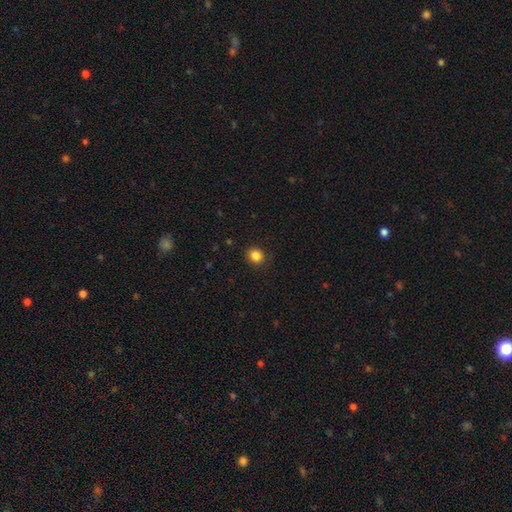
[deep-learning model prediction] smooth-or-featured: smooth: 85% | star or artifact: 11% | featured or disk: 4%
  how-rounded: round: 80% | in between: 19% | cigar-shaped: 1%
  merging: none: 89% | minor disturbance: 8% | major disturbance: 2% | merger: 1%